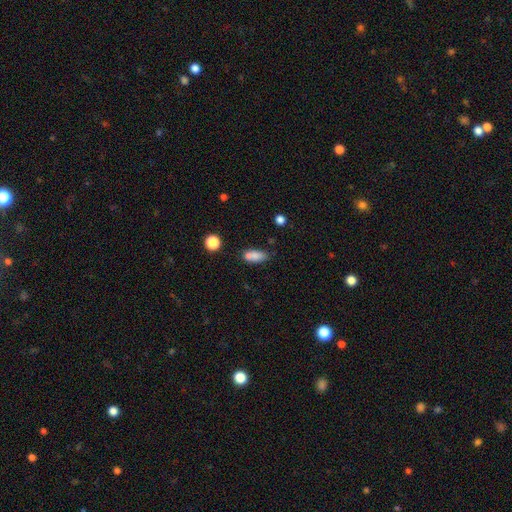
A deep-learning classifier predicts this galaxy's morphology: A smooth galaxy with no disk features (82%) that is in between round and cigar-shaped (80%).

Vote fractions:
- Smooth or featured? smooth: 82% / star or artifact: 9% / featured or disk: 9%
- How rounded? in between: 80% / cigar-shaped: 16% / round: 4%
- Merging? none: 60% / minor disturbance: 21% / merger: 14% / major disturbance: 5%